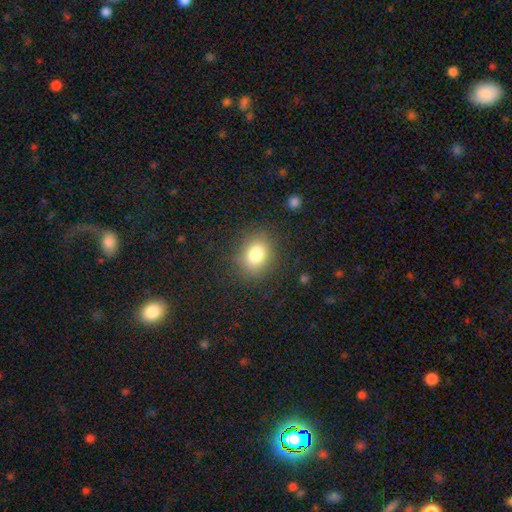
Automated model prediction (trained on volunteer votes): Smooth or featured? Predicted: smooth (p=0.81). How rounded? Predicted: round (p=0.50). Merging? Predicted: none (p=0.89).